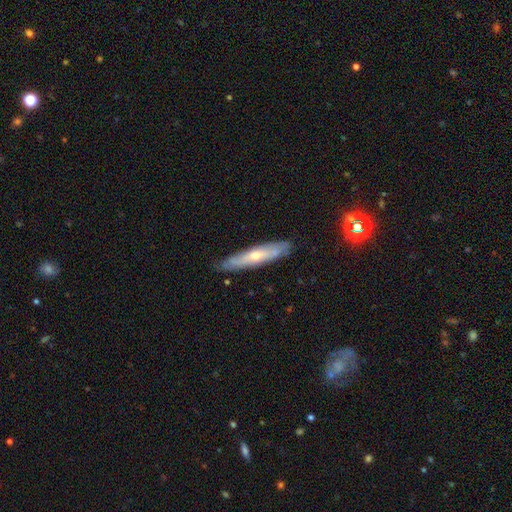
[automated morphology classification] The model was most divided on "edge-on disk": yes: 63%, no: 37%. More confident: merging — none (82%); smooth or featured — featured or disk (60%).